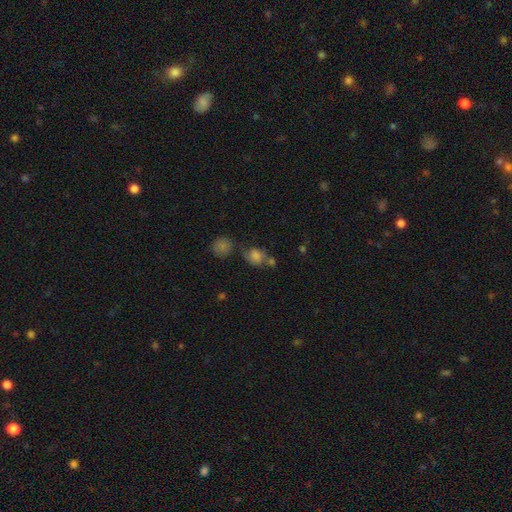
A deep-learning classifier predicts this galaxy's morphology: Q: Smooth or featured?
A: smooth (69%); runner-up: featured or disk (17%)
Q: How rounded?
A: round (55%); runner-up: in between (43%)
Q: Merging?
A: none (42%); runner-up: merger (28%)